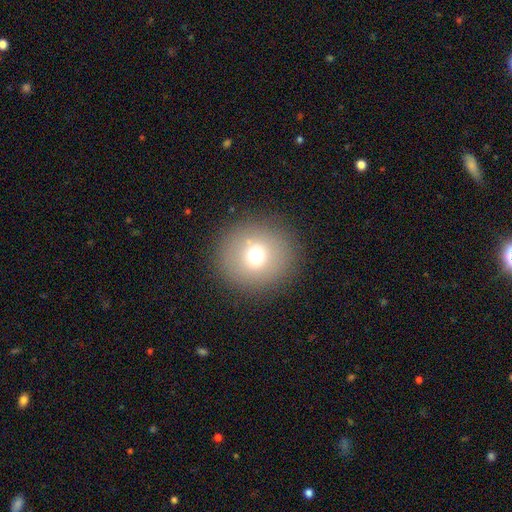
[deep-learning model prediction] This appears to be a smooth galaxy with no disk features (68%) that is round (92%). Merging: none (89%).